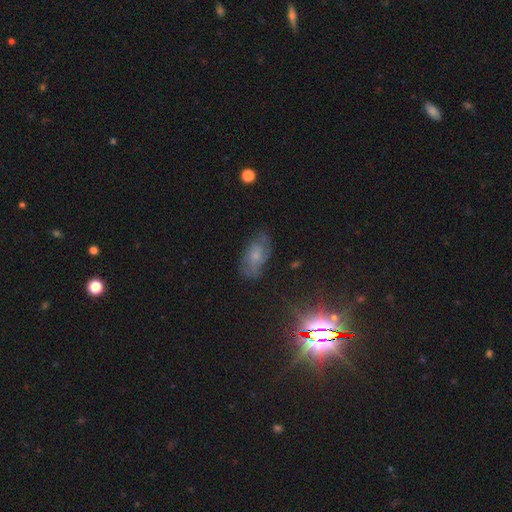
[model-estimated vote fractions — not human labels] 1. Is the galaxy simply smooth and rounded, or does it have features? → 47% featured or disk, 36% smooth, 17% star or artifact.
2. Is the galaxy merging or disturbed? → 68% none, 22% minor disturbance, 8% major disturbance, 2% merger.